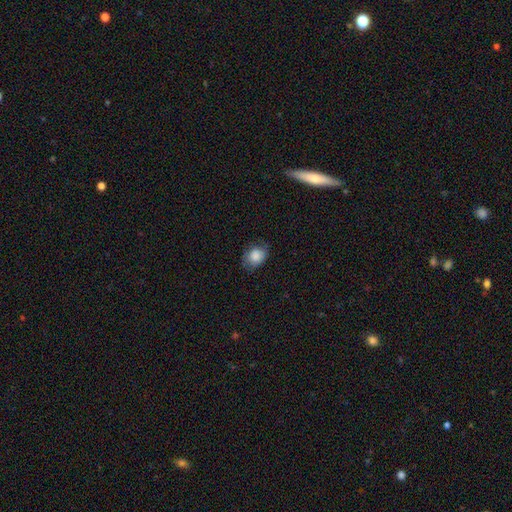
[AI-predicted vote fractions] smooth-or-featured: smooth: 83% | featured or disk: 9% | star or artifact: 8%
  how-rounded: in between: 60% | round: 39% | cigar-shaped: 1%
  merging: none: 68% | minor disturbance: 24% | major disturbance: 7% | merger: 1%